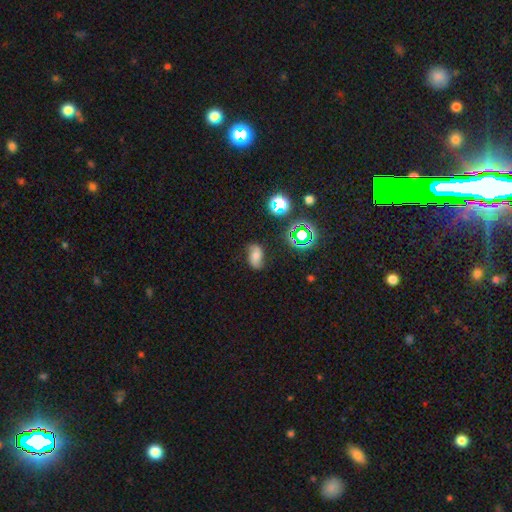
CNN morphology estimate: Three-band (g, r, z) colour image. It shows a smooth galaxy with no disk features (45%). Merging: none (71%).